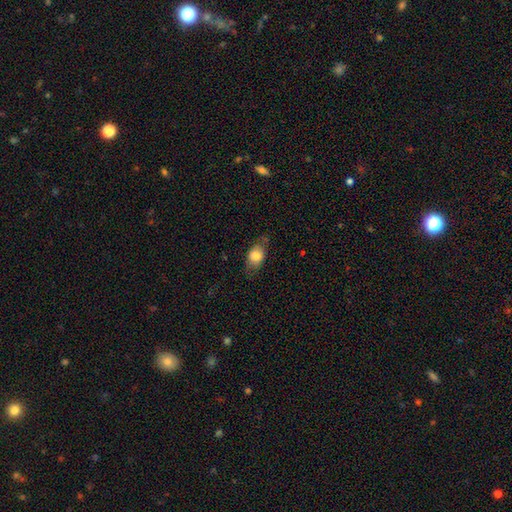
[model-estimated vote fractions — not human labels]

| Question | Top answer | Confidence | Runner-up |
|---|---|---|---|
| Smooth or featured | smooth | 74% | featured or disk (18%) |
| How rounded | in between | 72% | round (25%) |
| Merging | none | 67% | minor disturbance (23%) |